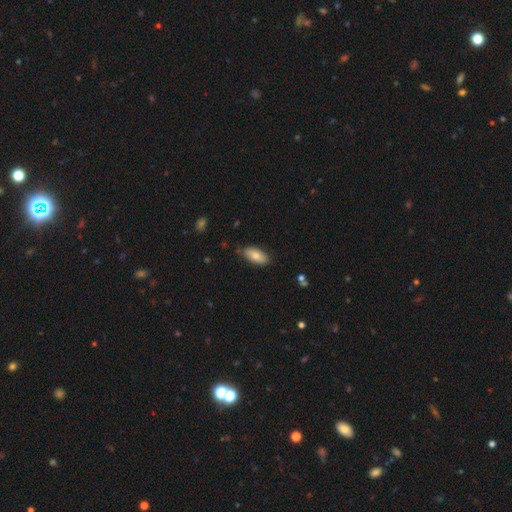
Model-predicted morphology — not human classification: Smooth or featured? Predicted: smooth (p=0.78). How rounded? Predicted: in between (p=0.89). Merging? Predicted: none (p=0.78).